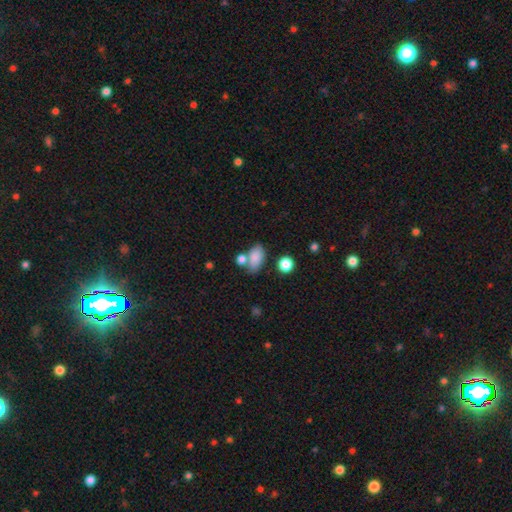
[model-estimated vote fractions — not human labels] This is clearly a smooth galaxy (83%). How rounded: clearly in between (87%). Merging: possibly none (51%).